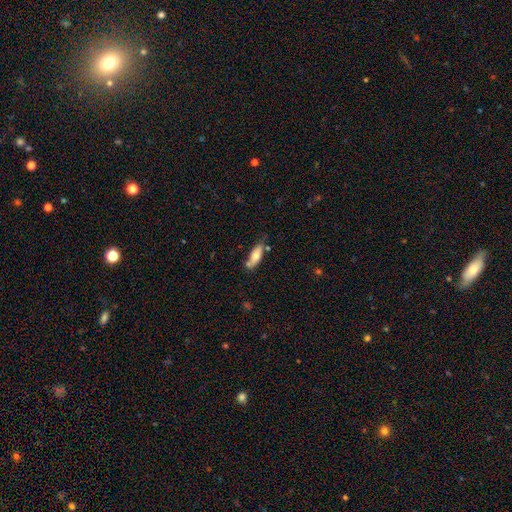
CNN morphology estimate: smooth_or_featured: smooth (p=0.69) [alt: featured or disk p=0.25]
how_rounded: in between (p=0.63) [alt: cigar-shaped p=0.35]
merging: none (p=0.64) [alt: minor disturbance p=0.21]